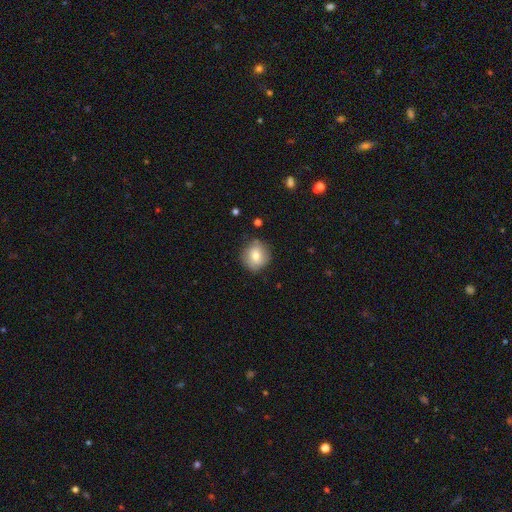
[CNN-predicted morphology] smooth 74%, featured or disk 17%, star or artifact 9%. Down the decision tree: how rounded — round (86%); merging — none (76%).